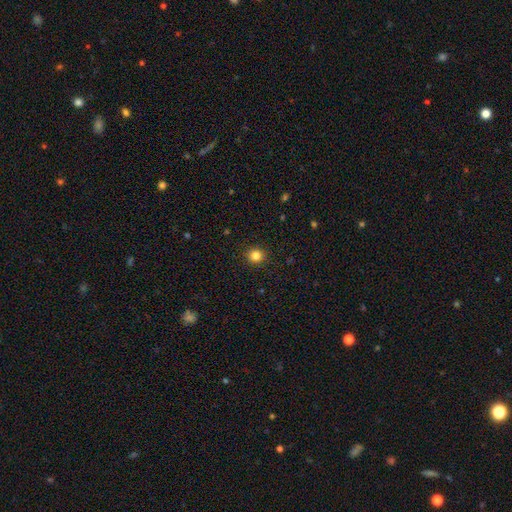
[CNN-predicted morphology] A smooth galaxy with no disk features (84%) that is round (89%).

Vote fractions:
- Smooth or featured? smooth: 84% / star or artifact: 12% / featured or disk: 5%
- How rounded? round: 89% / in between: 10% / cigar-shaped: 1%
- Merging? none: 92% / minor disturbance: 6% / major disturbance: 2% / merger: 1%